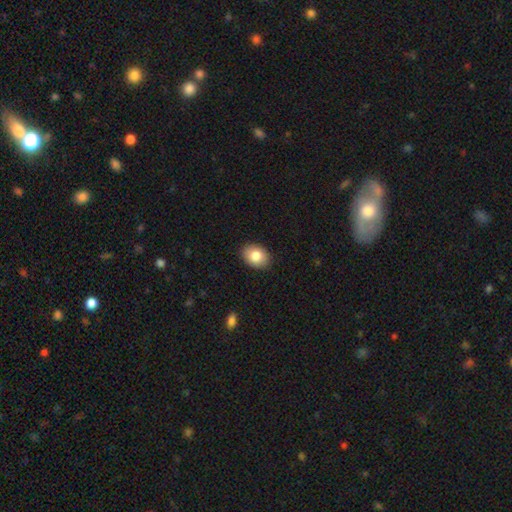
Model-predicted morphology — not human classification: Overall: smooth (83%). How rounded: in between (70%). Merging: none (89%).